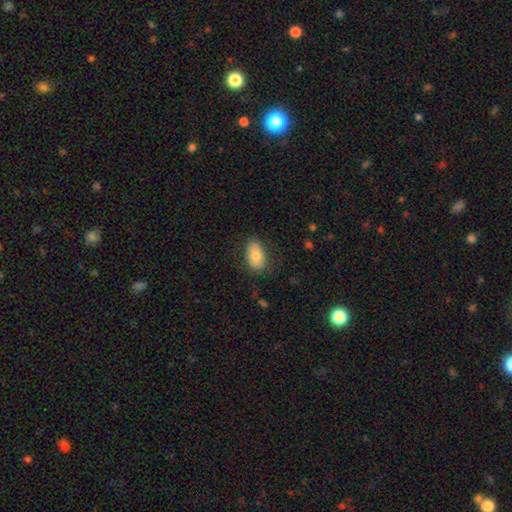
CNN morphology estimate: Smooth or featured? smooth (76%)
How rounded? in between (90%)
Merging? none (77%)